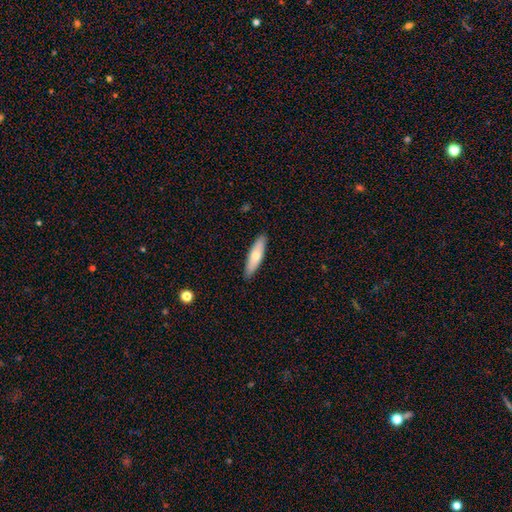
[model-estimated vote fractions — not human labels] smooth-or-featured: smooth: 64% | featured or disk: 30% | star or artifact: 5%
  how-rounded: cigar-shaped: 67% | in between: 31% | round: 2%
  merging: none: 90% | minor disturbance: 8% | major disturbance: 1% | merger: 1%